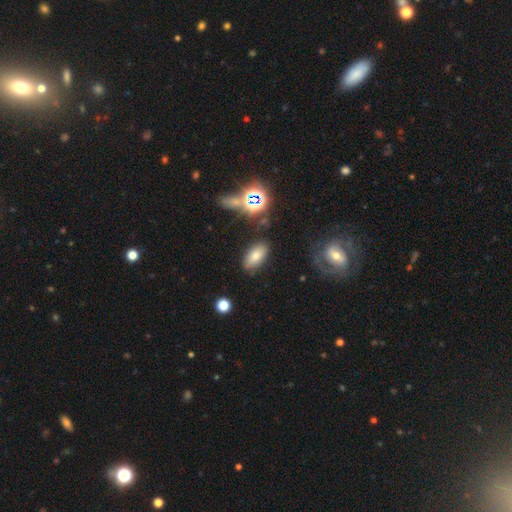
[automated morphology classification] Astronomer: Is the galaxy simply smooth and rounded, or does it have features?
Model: smooth — 73%.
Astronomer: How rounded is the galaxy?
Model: in between — 91%.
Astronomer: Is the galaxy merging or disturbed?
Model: none — 81%.